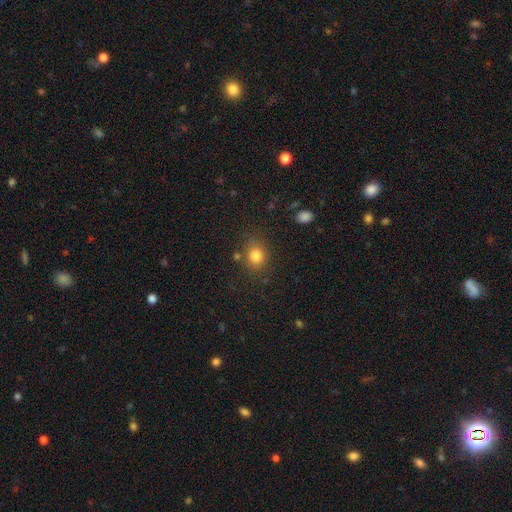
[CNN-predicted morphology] smooth_or_featured: smooth (p=0.82) [alt: star or artifact p=0.12]
how_rounded: round (p=0.66) [alt: in between p=0.33]
merging: none (p=0.76) [alt: minor disturbance p=0.13]